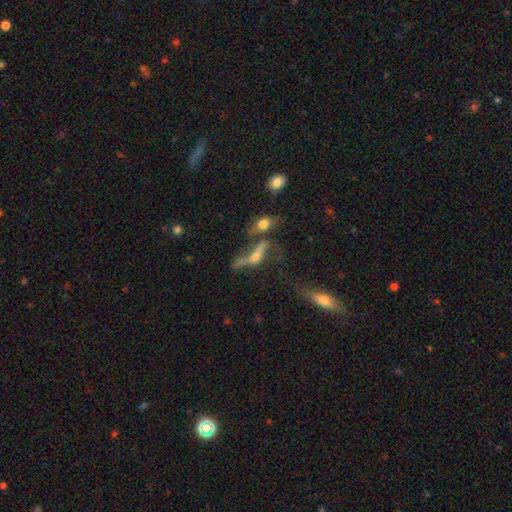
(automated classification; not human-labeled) Smooth or featured? Predicted: featured or disk (p=0.61). Edge-on disk? Predicted: yes (p=0.52). Merging? Predicted: none (p=0.32).